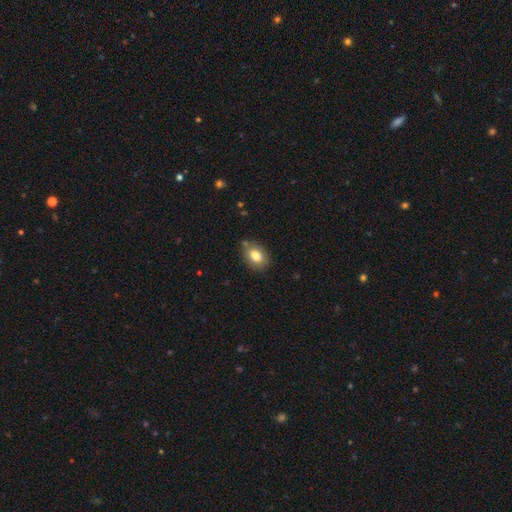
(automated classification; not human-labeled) Q: Smooth or featured?
A: smooth (81%); runner-up: featured or disk (10%)
Q: How rounded?
A: in between (73%); runner-up: round (26%)
Q: Merging?
A: none (80%); runner-up: minor disturbance (13%)